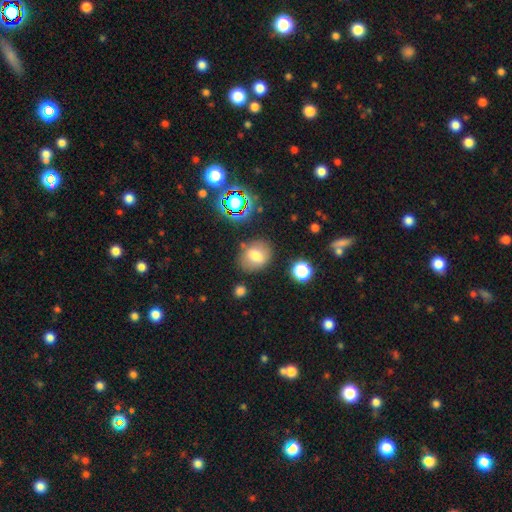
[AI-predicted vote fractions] smooth 70%, featured or disk 17%, star or artifact 13%. Down the decision tree: how rounded — round (53%); merging — none (76%).